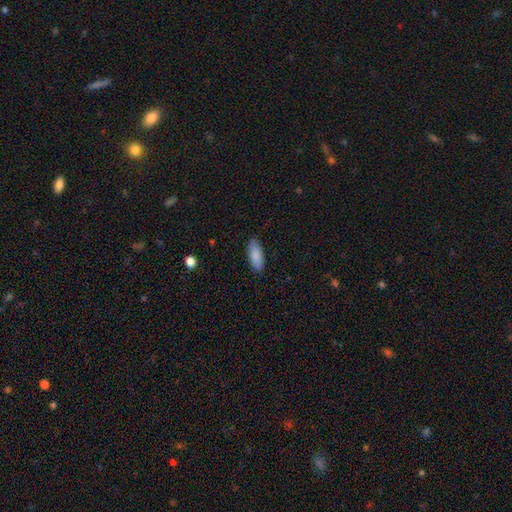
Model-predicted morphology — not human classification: smooth_or_featured: smooth (p=0.87) [alt: featured or disk p=0.07]
how_rounded: in between (p=0.78) [alt: cigar-shaped p=0.21]
merging: none (p=0.87) [alt: minor disturbance p=0.10]